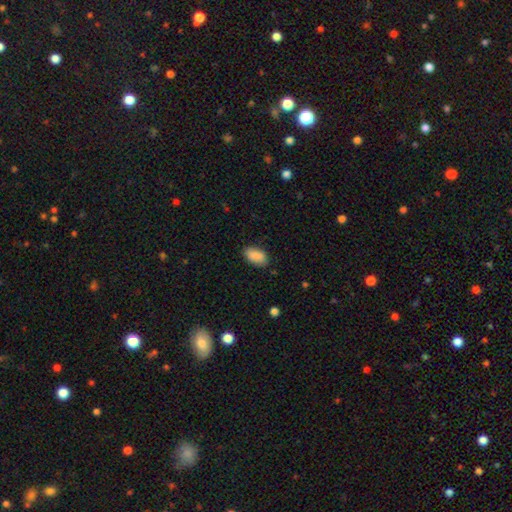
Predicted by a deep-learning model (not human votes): Overall: smooth (89%). How rounded: in between (94%). Merging: none (82%).